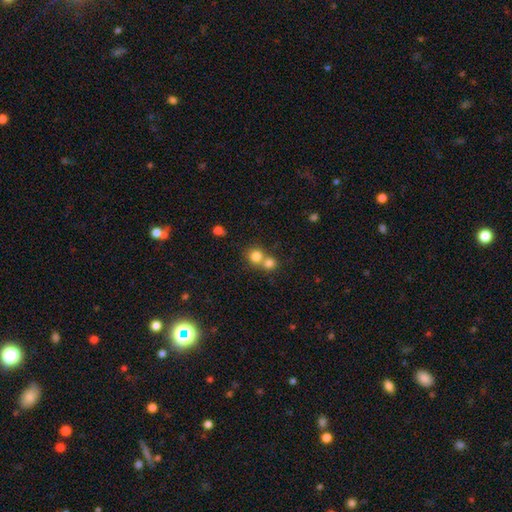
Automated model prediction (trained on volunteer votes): Q: Smooth or featured?
A: smooth (79%); runner-up: star or artifact (12%)
Q: How rounded?
A: round (87%); runner-up: in between (12%)
Q: Merging?
A: merger (49%); runner-up: none (43%)